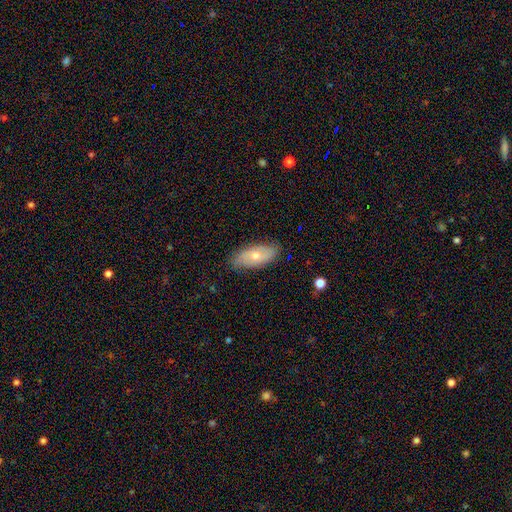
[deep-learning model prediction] Morphology: type=smooth (57%); roundness=in between (89%); merging=none (80%).